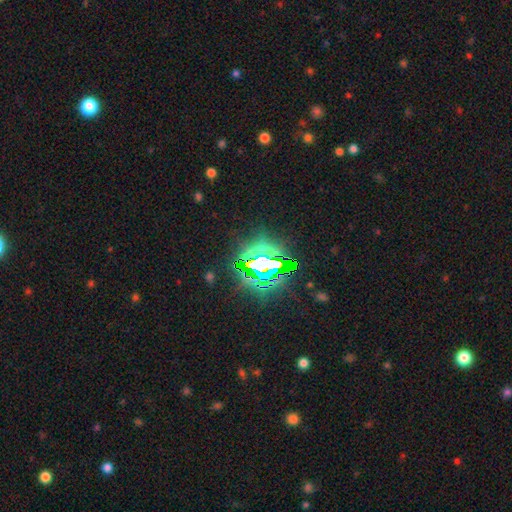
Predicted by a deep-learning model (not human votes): smooth_or_featured: star or artifact (p=0.78) [alt: smooth p=0.12]